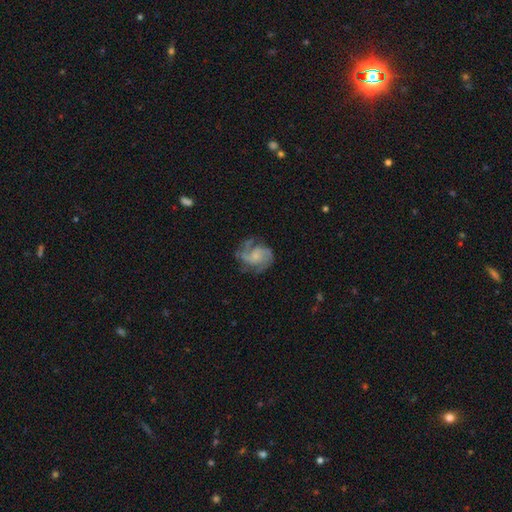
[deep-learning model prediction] Smooth or featured: featured or disk — 85% (smooth — 9%)
Edge-on disk: no — 98% (yes — 2%)
Bar: no — 68% (weak — 27%)
Spiral arms: yes — 96% (no — 4%)
Spiral winding: medium — 50% (tight — 34%)
Spiral arm count: 2 — 50% (3 — 25%)
Bulge size: small — 63% (moderate — 19%)
Merging: none — 67% (minor disturbance — 19%)